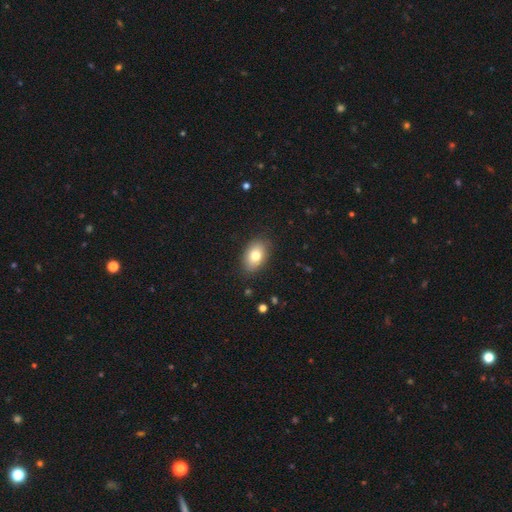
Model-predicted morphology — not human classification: smooth_or_featured: smooth (p=0.78) [alt: featured or disk p=0.14]
how_rounded: in between (p=0.88) [alt: round p=0.11]
merging: none (p=0.85) [alt: minor disturbance p=0.11]